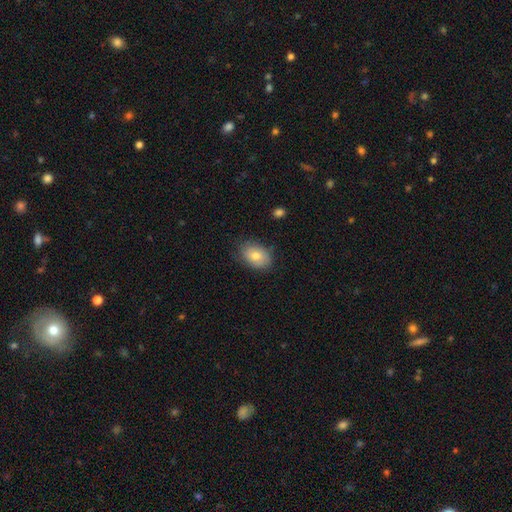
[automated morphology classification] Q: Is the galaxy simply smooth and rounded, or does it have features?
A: smooth — 76%.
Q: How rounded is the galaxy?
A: in between — 81%.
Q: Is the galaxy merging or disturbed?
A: none — 77%.